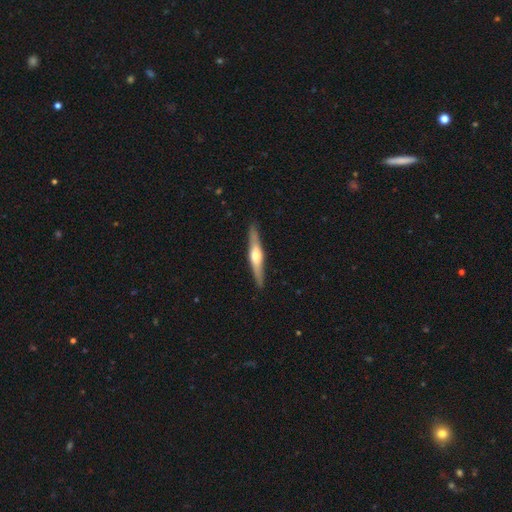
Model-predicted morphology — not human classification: type=featured or disk (66%); edge-on=yes (96%); edge-on bulge=rounded (89%); merging=none (90%).